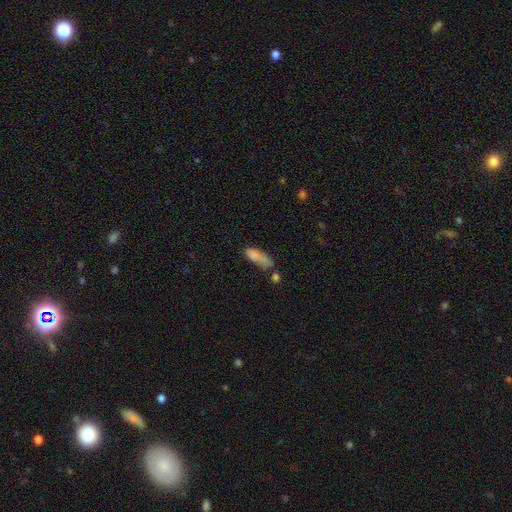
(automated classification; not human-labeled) Smooth or featured? Predicted: smooth (p=0.76). How rounded? Predicted: in between (p=0.62). Merging? Predicted: none (p=0.29).